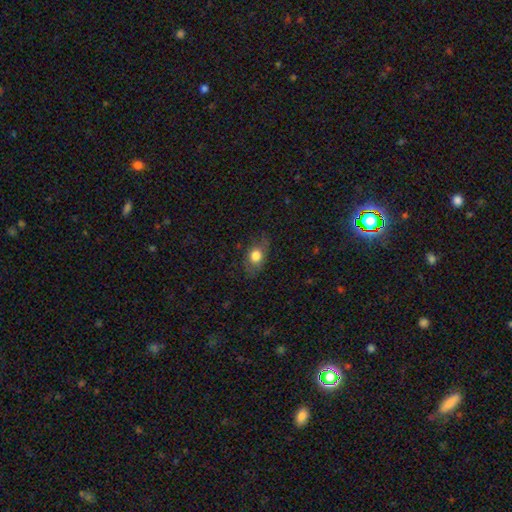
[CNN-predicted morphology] smooth-or-featured: smooth: 76% | featured or disk: 15% | star or artifact: 9%
  how-rounded: in between: 70% | round: 26% | cigar-shaped: 3%
  merging: none: 70% | minor disturbance: 22% | major disturbance: 7% | merger: 1%